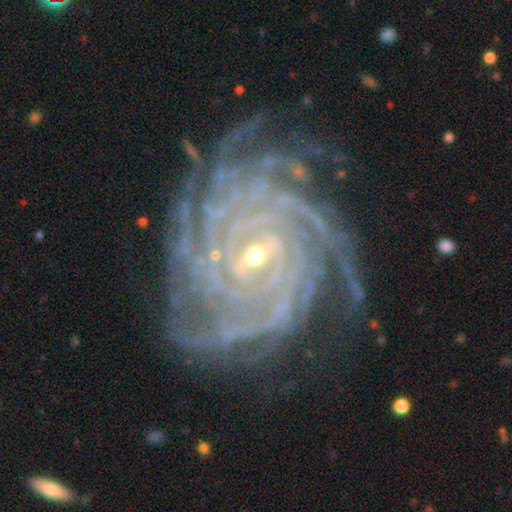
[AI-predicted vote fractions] A featured or disk galaxy (93%) with a weak bar (44%), more than 4 (29%) tight (81%) spiral arms (99%) and a small central bulge (72%). Merging: none (74%).